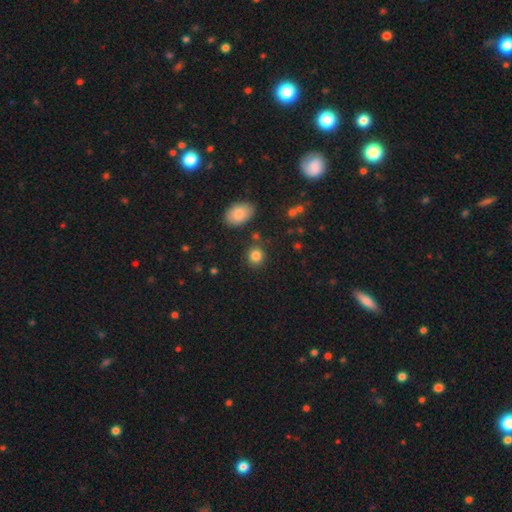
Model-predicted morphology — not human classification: Q: Smooth or featured?
A: smooth (84%); runner-up: star or artifact (10%)
Q: How rounded?
A: round (81%); runner-up: in between (18%)
Q: Merging?
A: none (83%); runner-up: minor disturbance (9%)